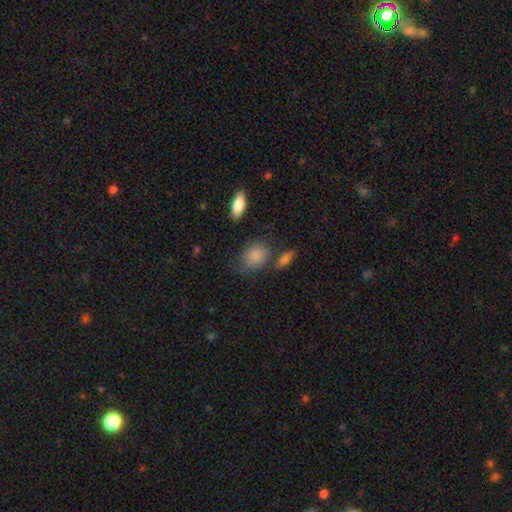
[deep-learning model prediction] Smooth or featured? smooth (85%)
How rounded? in between (60%)
Merging? none (65%)